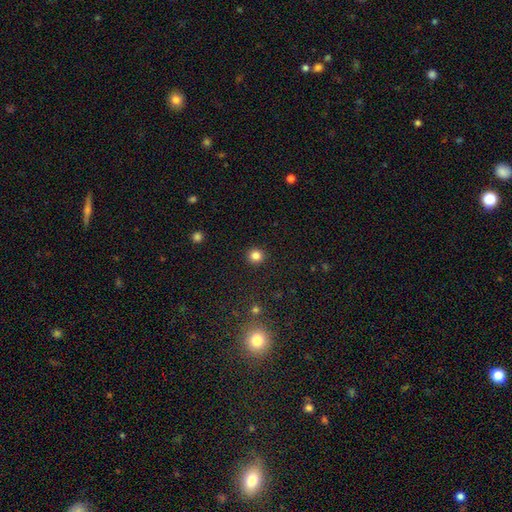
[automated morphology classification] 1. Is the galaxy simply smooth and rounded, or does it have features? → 83% smooth, 13% star or artifact, 4% featured or disk.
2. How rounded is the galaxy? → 94% round, 5% in between, 1% cigar-shaped.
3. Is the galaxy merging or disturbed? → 93% none, 5% minor disturbance, 2% major disturbance, 1% merger.